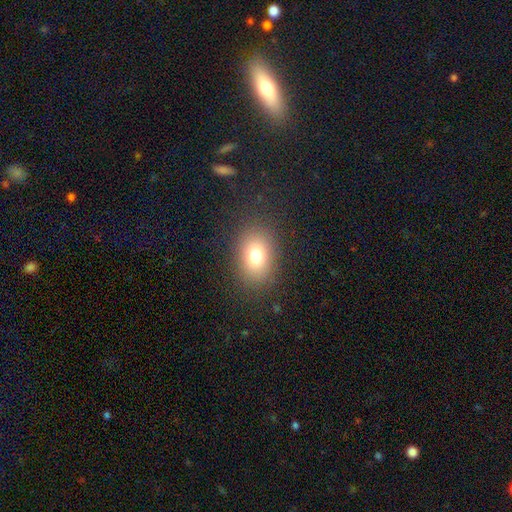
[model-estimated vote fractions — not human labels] This is likely a smooth galaxy (76%). How rounded: likely in between (68%). Merging: clearly none (85%).